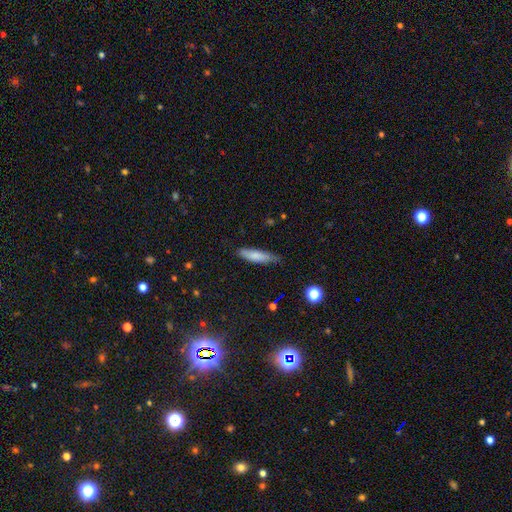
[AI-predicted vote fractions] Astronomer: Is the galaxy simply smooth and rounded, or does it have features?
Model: smooth — 79%.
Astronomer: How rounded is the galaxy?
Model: cigar-shaped — 71%.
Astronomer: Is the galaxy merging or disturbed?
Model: none — 71%.